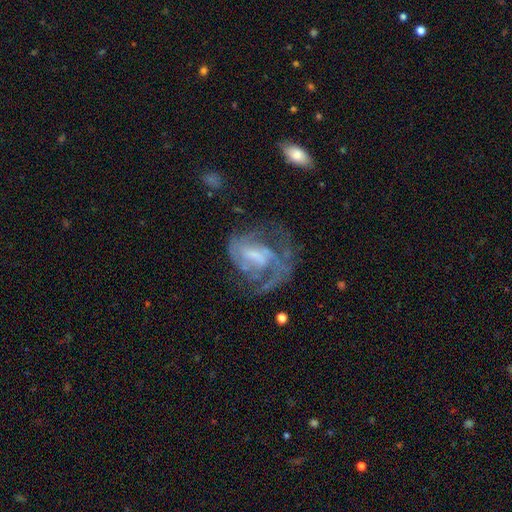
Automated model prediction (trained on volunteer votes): Smooth or featured? Predicted: featured or disk (p=0.80). Edge-on disk? Predicted: no (p=0.98). Bar? Predicted: weak (p=0.51). Spiral arms? Predicted: yes (p=0.85). Spiral winding? Predicted: medium (p=0.46). Spiral arm count? Predicted: 2 (p=0.35). Bulge size? Predicted: moderate (p=0.32). Merging? Predicted: none (p=0.39).